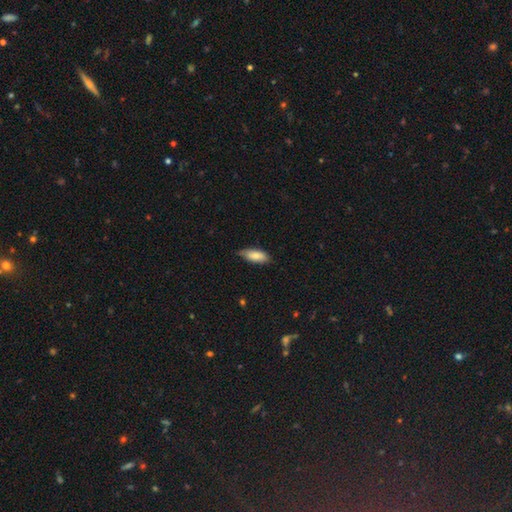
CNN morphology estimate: Smooth or featured? Predicted: smooth (p=0.78). How rounded? Predicted: in between (p=0.74). Merging? Predicted: none (p=0.70).